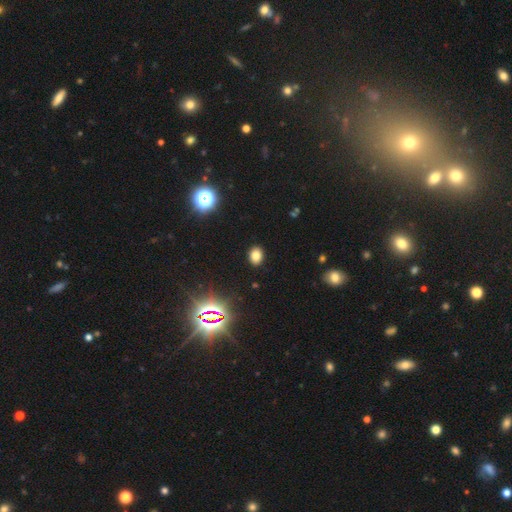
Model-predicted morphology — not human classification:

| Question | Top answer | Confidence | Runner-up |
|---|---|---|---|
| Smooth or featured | smooth | 76% | star or artifact (17%) |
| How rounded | in between | 68% | round (31%) |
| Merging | none | 90% | minor disturbance (7%) |